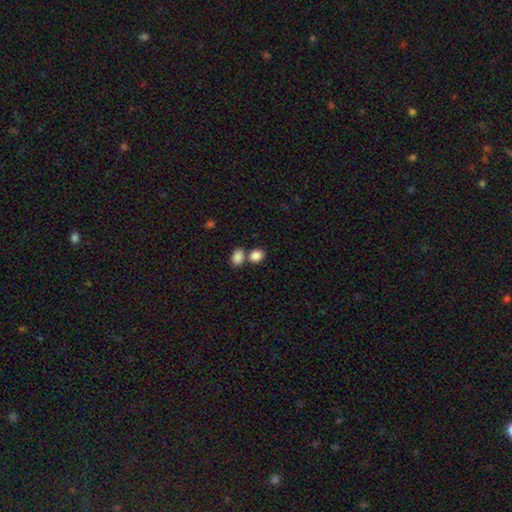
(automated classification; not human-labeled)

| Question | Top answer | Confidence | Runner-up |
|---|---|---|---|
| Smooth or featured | smooth | 86% | star or artifact (9%) |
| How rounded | in between | 56% | round (43%) |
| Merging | none | 51% | merger (37%) |